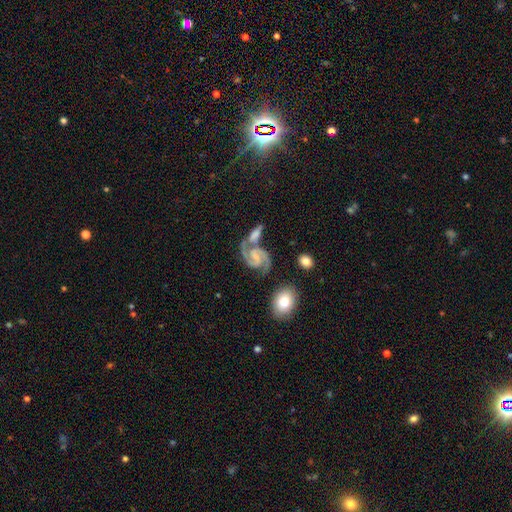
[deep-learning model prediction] featured or disk 88%, smooth 7%, star or artifact 6%. Down the decision tree: edge-on disk — no (97%); bar — no (41%); spiral arms — yes (97%); spiral arm count — 2 (89%); spiral winding — medium (57%); bulge size — none (41%); merging — none (49%).